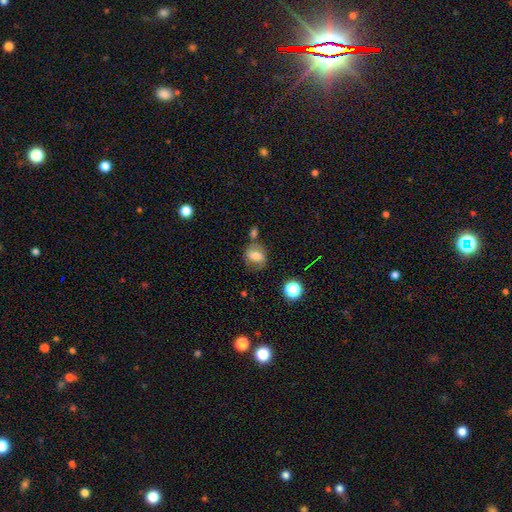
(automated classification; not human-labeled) Smooth or featured? smooth (63%)
How rounded? round (49%)
Merging? none (60%)